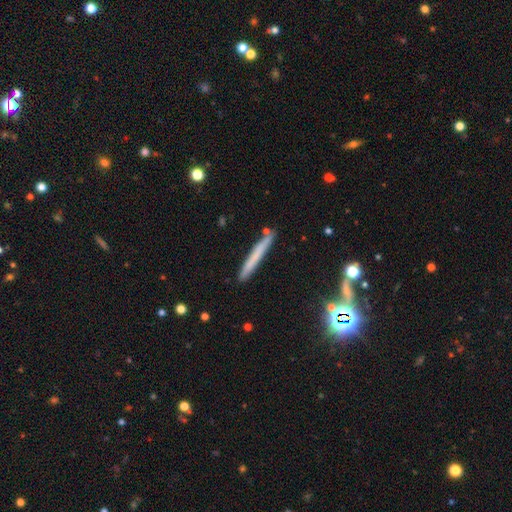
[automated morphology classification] A smooth galaxy with no disk features (60%) that is cigar-shaped (96%). Merging: none (87%).